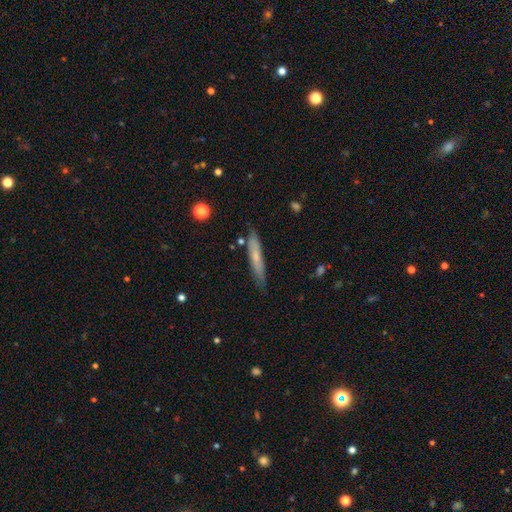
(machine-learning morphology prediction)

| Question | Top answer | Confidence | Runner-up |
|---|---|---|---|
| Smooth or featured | smooth | 55% | featured or disk (38%) |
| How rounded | cigar-shaped | 91% | in between (7%) |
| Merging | none | 79% | minor disturbance (16%) |